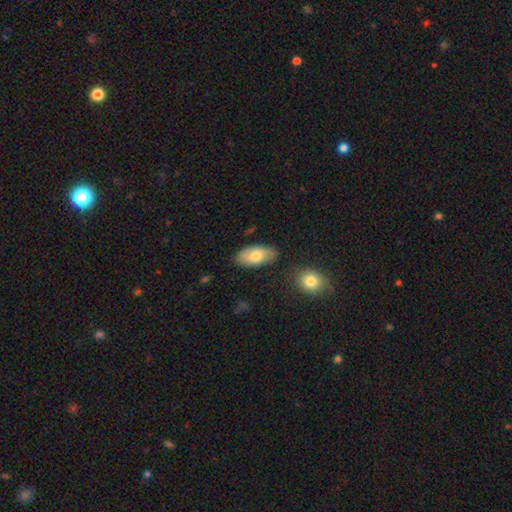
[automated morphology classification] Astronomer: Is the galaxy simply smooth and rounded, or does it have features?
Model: smooth — 71%.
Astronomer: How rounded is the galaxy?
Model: in between — 93%.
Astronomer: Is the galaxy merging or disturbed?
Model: none — 80%.